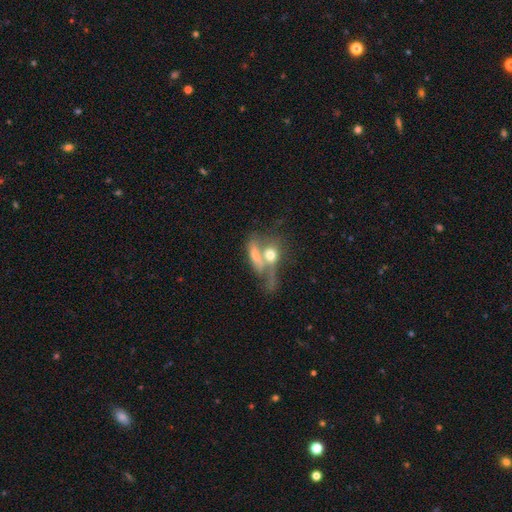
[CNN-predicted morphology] Smooth or featured?
  - smooth: 56% *
  - featured or disk: 35%
  - star or artifact: 8%
How rounded?
  - in between: 52% *
  - round: 26%
  - cigar-shaped: 22%
Merging?
  - merger: 62% *
  - none: 18%
  - major disturbance: 12%
  - minor disturbance: 8%